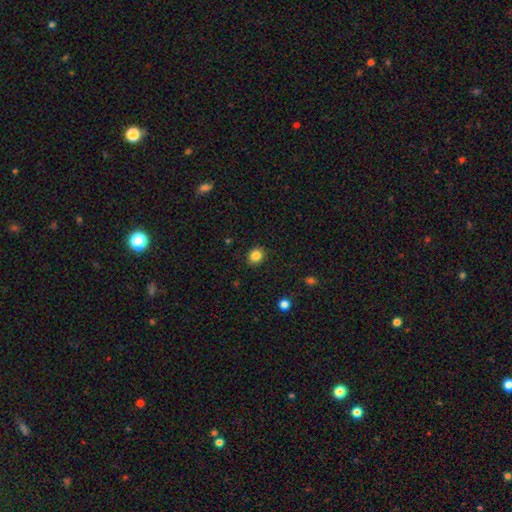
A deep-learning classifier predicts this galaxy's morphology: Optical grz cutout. It shows a smooth galaxy with no disk features (85%) that is round (74%). Merging: none (89%).